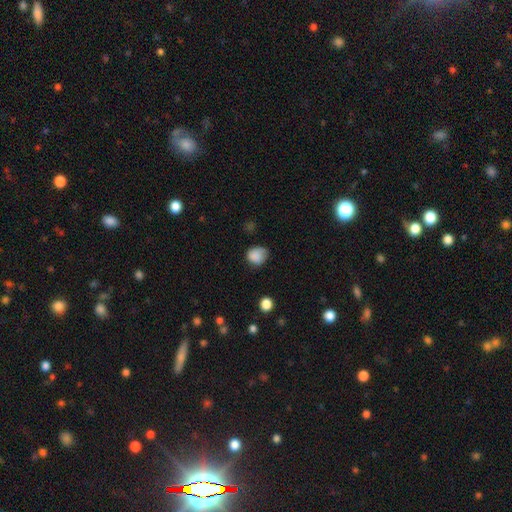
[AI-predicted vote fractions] The model was most divided on "merging": none: 56%, minor disturbance: 34%, major disturbance: 8%, merger: 2%. More confident: smooth or featured — smooth (85%); how rounded — round (64%).